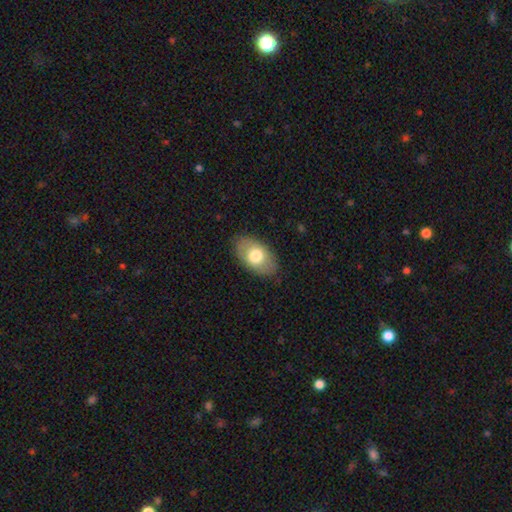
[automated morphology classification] Q: Smooth or featured?
A: smooth (70%); runner-up: featured or disk (24%)
Q: How rounded?
A: in between (92%); runner-up: round (7%)
Q: Merging?
A: none (84%); runner-up: minor disturbance (12%)